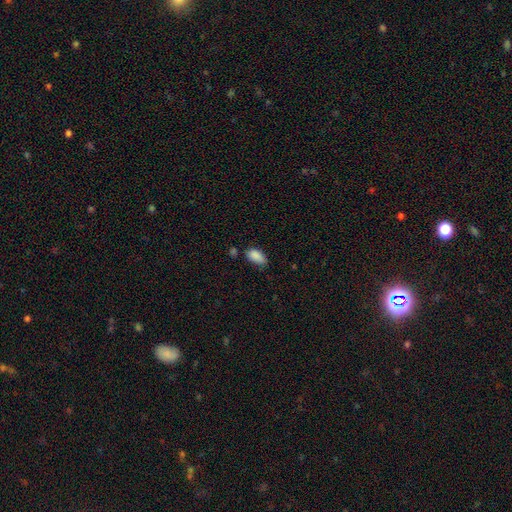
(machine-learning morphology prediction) A smooth galaxy with no disk features (88%) that is in between round and cigar-shaped (92%).

Vote fractions:
- Smooth or featured? smooth: 88% / star or artifact: 8% / featured or disk: 4%
- How rounded? in between: 92% / round: 4% / cigar-shaped: 4%
- Merging? none: 59% / minor disturbance: 29% / major disturbance: 6% / merger: 6%